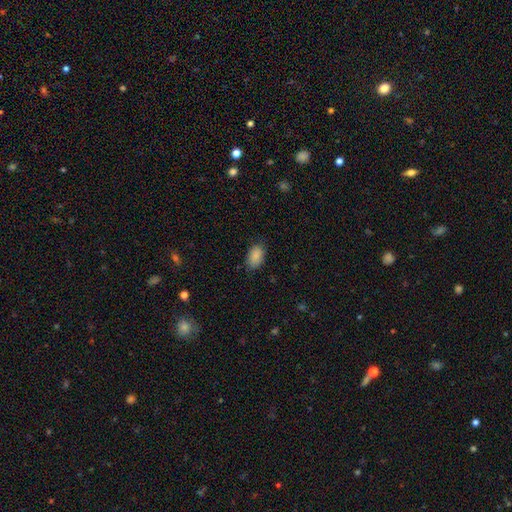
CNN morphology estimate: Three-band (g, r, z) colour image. It shows a smooth galaxy with no disk features (88%) that is in between round and cigar-shaped (91%). Merging: none (79%).